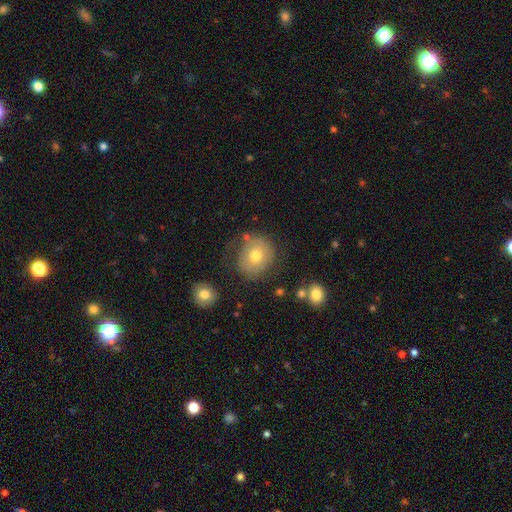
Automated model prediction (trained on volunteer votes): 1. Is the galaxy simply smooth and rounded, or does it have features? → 62% smooth, 28% featured or disk, 9% star or artifact.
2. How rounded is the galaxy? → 74% round, 25% in between, 1% cigar-shaped.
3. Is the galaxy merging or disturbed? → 65% none, 20% minor disturbance, 11% major disturbance, 4% merger.